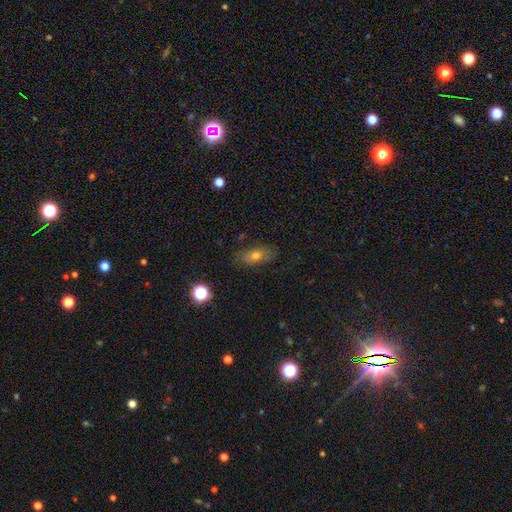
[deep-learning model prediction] smooth_or_featured: smooth (p=0.64) [alt: featured or disk p=0.24]
how_rounded: in between (p=0.77) [alt: cigar-shaped p=0.13]
merging: none (p=0.82) [alt: minor disturbance p=0.13]